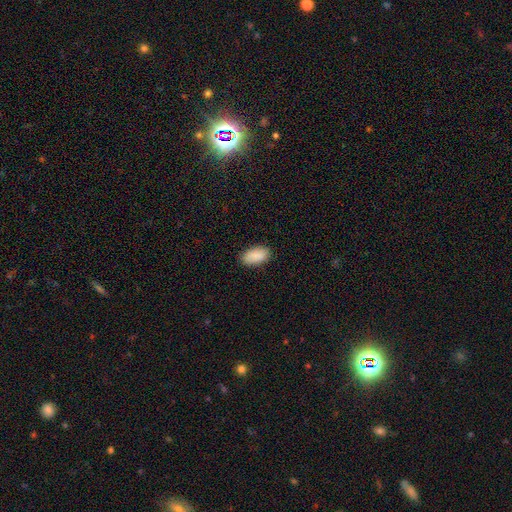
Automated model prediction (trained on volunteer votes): Smooth or featured? smooth (91%)
How rounded? in between (94%)
Merging? none (87%)